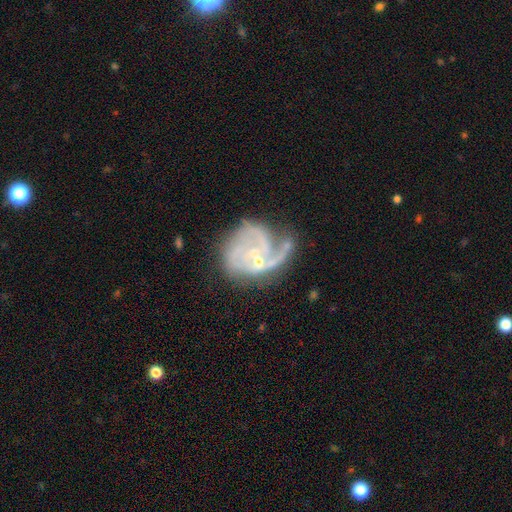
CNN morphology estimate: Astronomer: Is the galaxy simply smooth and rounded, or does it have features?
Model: featured or disk — 82%.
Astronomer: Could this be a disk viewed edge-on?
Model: no — 98%.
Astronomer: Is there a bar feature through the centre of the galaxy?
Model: no — 67%.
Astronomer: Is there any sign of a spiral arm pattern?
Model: yes — 90%.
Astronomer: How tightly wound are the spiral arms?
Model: medium — 44% (runner-up: tight, 31%).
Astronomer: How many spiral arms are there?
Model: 3 — 27%, tied with 2 at 27%.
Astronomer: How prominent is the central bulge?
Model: small — 71%.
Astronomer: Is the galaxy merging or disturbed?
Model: none — 35% (runner-up: major disturbance, 29%).